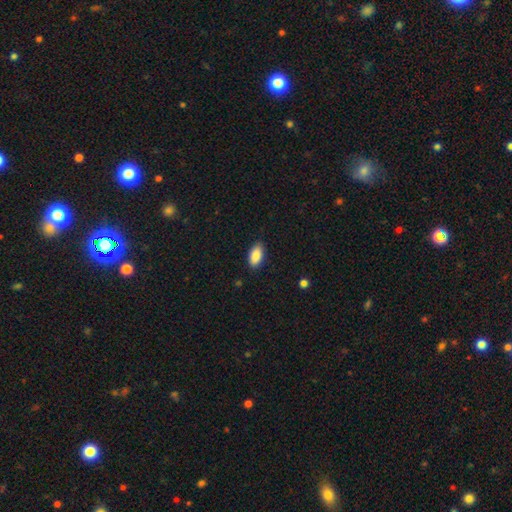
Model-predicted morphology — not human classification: A smooth galaxy with no disk features (89%) that is in between round and cigar-shaped (93%).

Vote fractions:
- Smooth or featured? smooth: 89% / star or artifact: 7% / featured or disk: 4%
- How rounded? in between: 93% / cigar-shaped: 4% / round: 3%
- Merging? none: 86% / minor disturbance: 11% / major disturbance: 2% / merger: 1%